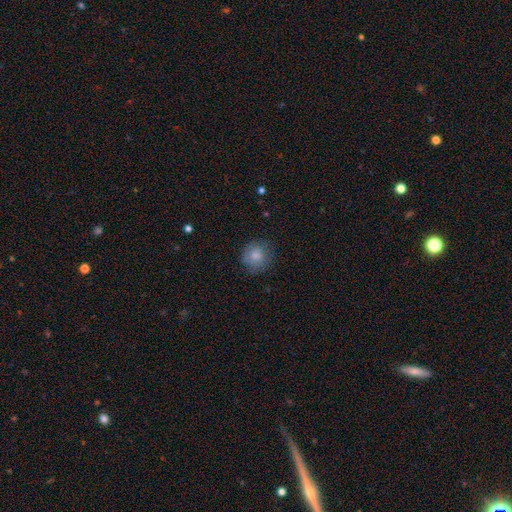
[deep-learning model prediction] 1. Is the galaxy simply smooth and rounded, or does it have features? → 83% smooth, 9% star or artifact, 9% featured or disk.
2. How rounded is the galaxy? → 89% round, 10% in between, 1% cigar-shaped.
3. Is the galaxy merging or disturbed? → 80% none, 15% minor disturbance, 4% major disturbance, 1% merger.